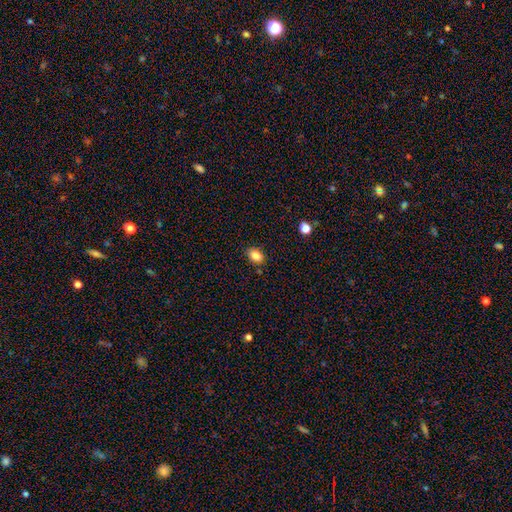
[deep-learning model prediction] smooth 85%, star or artifact 10%, featured or disk 5%. Down the decision tree: how rounded — in between (82%); merging — none (84%).